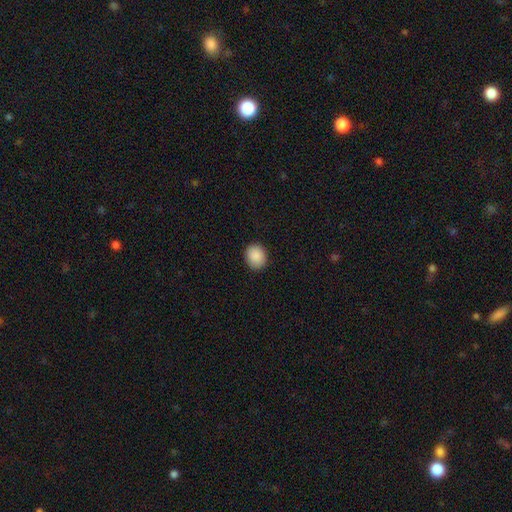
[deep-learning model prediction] Overall: smooth (89%). How rounded: round (69%; in between 30%). Merging: none (91%).